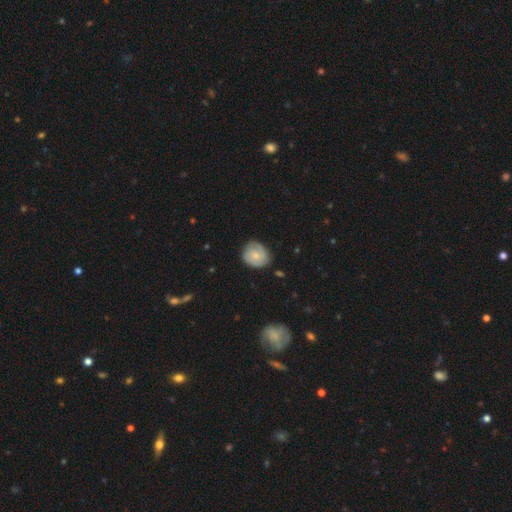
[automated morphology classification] smooth_or_featured: smooth (p=0.47) [alt: featured or disk p=0.46]
merging: none (p=0.69) [alt: minor disturbance p=0.24]